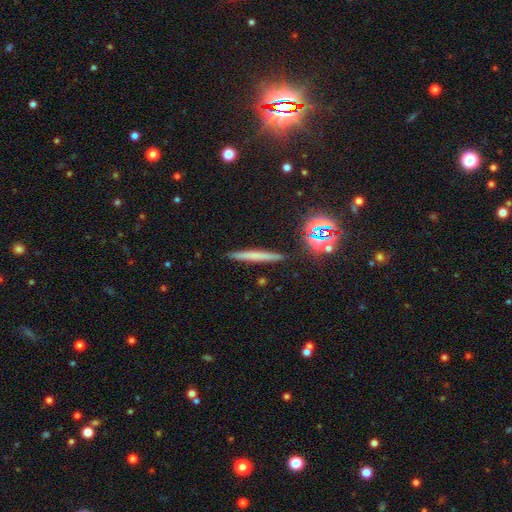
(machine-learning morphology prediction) Smooth or featured? Predicted: smooth (p=0.54). How rounded? Predicted: cigar-shaped (p=0.95). Merging? Predicted: none (p=0.90).